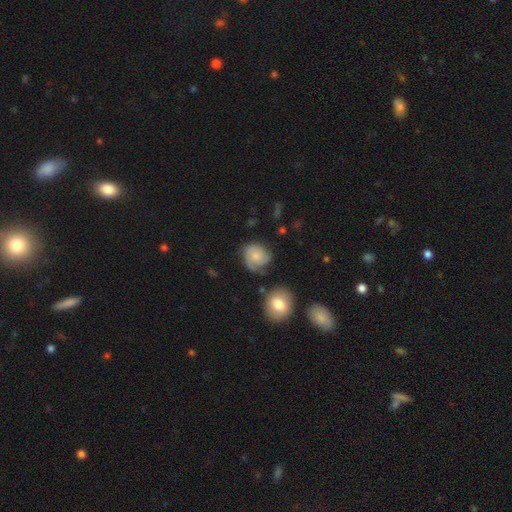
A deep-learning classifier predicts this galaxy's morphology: Smooth or featured? Predicted: smooth (p=0.46, tied with featured or disk). Merging? Predicted: none (p=0.56).